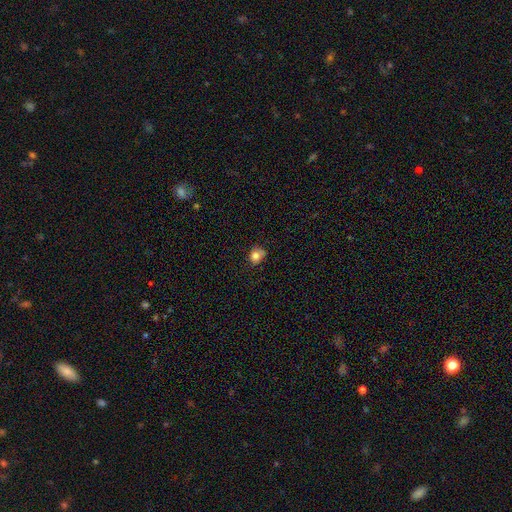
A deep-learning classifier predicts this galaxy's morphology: This appears to be a smooth galaxy with no disk features (79%) that is round (69%). Merging: none (54%).